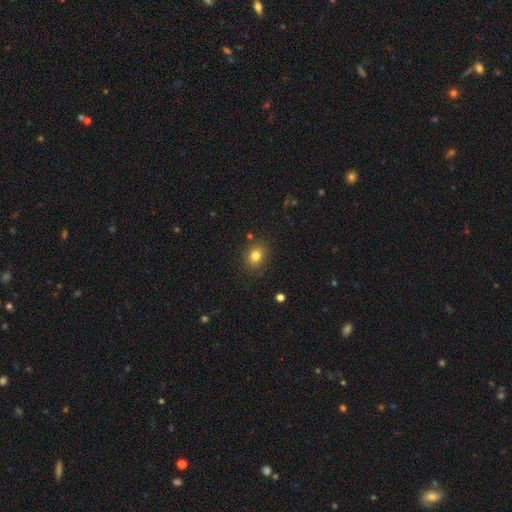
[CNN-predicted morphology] This appears to be a smooth galaxy with no disk features (81%) that is in between round and cigar-shaped (53%). Merging: none (85%).